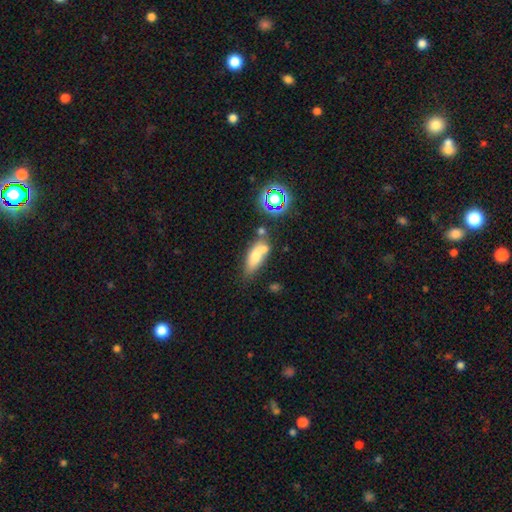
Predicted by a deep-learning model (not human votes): smooth_or_featured: smooth (p=0.64) [alt: featured or disk p=0.24]
how_rounded: in between (p=0.71) [alt: cigar-shaped p=0.23]
merging: none (p=0.37) [tied with: merger p=0.37]